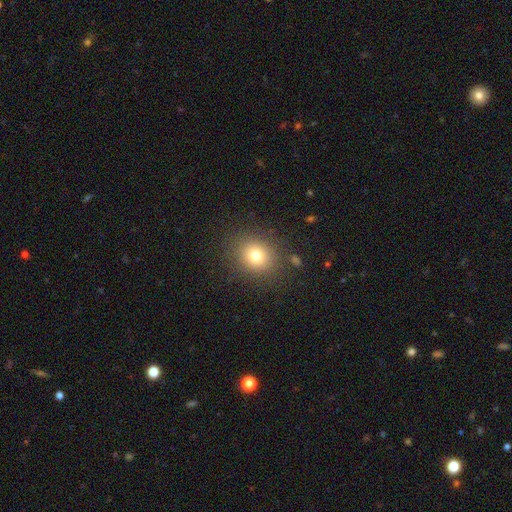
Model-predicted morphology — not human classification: A smooth galaxy with no disk features (76%) that is round (76%).

Vote fractions:
- Smooth or featured? smooth: 76% / star or artifact: 14% / featured or disk: 10%
- How rounded? round: 76% / in between: 23% / cigar-shaped: 1%
- Merging? none: 86% / minor disturbance: 9% / major disturbance: 4% / merger: 2%